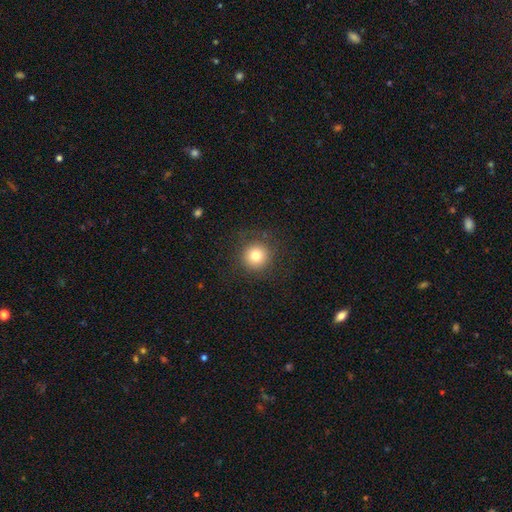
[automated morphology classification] This is likely a smooth galaxy (78%). How rounded: clearly round (95%). Merging: clearly none (88%).